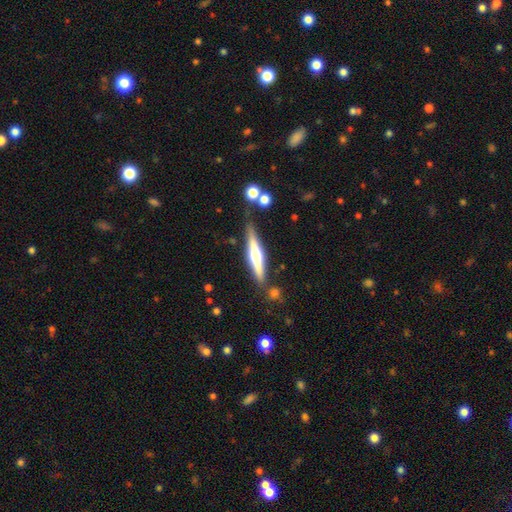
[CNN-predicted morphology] Smooth or featured: featured or disk — 64% (smooth — 31%)
Edge-on disk: yes — 96% (no — 4%)
Edge-on bulge: rounded — 79% (boxy — 14%)
Merging: none — 80% (minor disturbance — 12%)